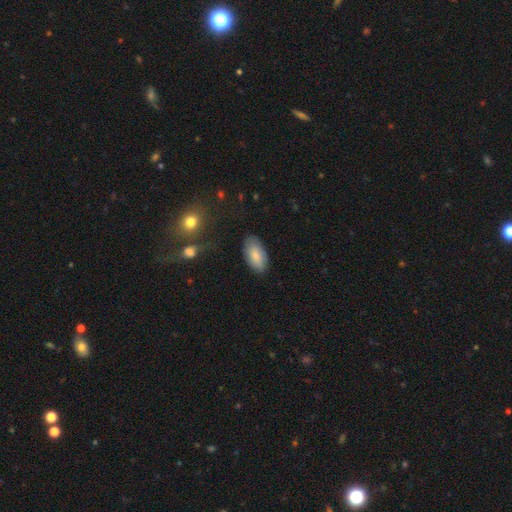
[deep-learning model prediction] Morphology: type=smooth (81%); roundness=in between (93%); merging=none (81%).